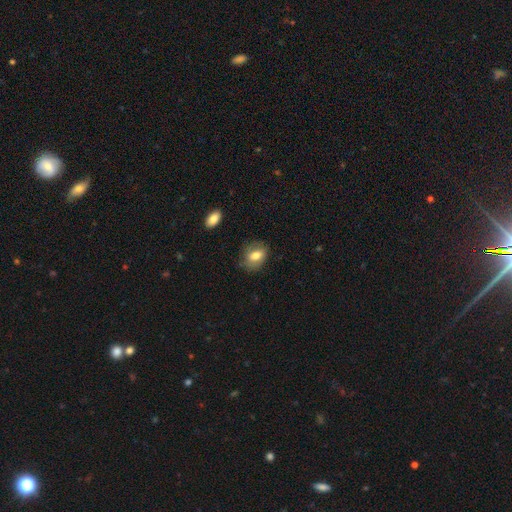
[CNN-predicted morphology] Smooth or featured? Predicted: smooth (p=0.73). How rounded? Predicted: in between (p=0.70). Merging? Predicted: none (p=0.77).